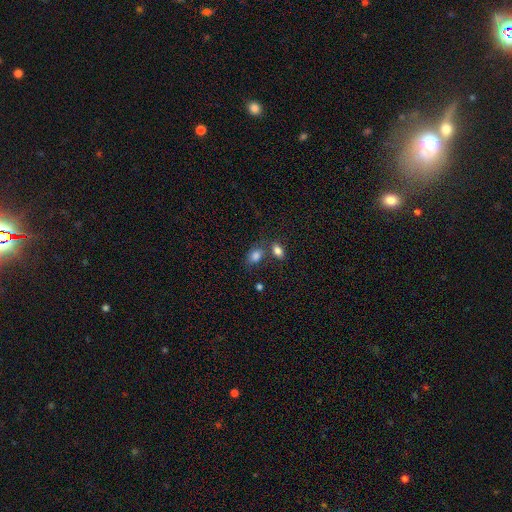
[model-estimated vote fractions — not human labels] smooth_or_featured: smooth (p=0.83) [alt: star or artifact p=0.10]
how_rounded: in between (p=0.84) [alt: round p=0.14]
merging: none (p=0.53) [alt: merger p=0.28]